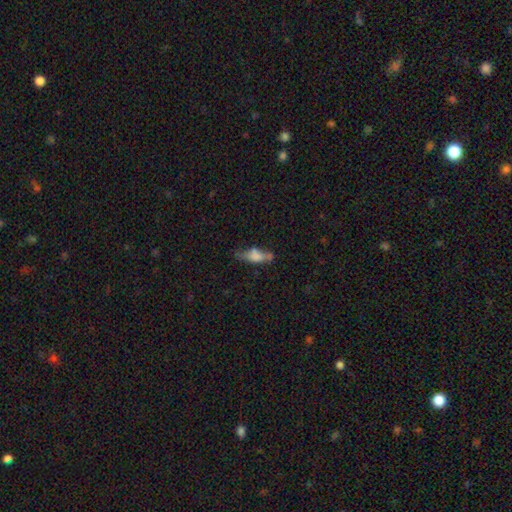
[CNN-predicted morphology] A smooth galaxy with no disk features (59%) that is in between round and cigar-shaped (56%).

Vote fractions:
- Smooth or featured? smooth: 59% / featured or disk: 31% / star or artifact: 10%
- How rounded? in between: 56% / cigar-shaped: 41% / round: 4%
- Merging? none: 48% / minor disturbance: 29% / major disturbance: 14% / merger: 10%